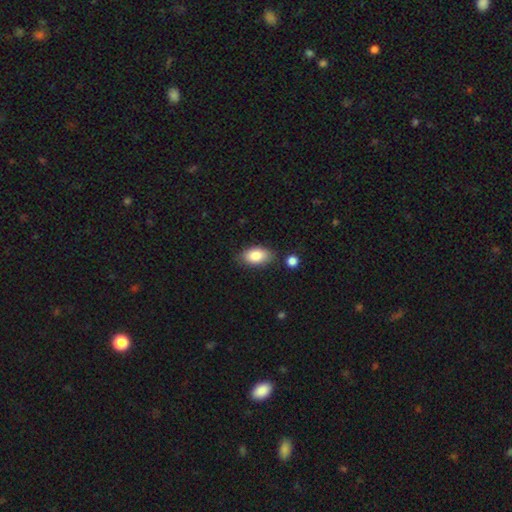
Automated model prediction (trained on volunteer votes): Morphology: type=smooth (85%); roundness=in between (92%); merging=none (78%).